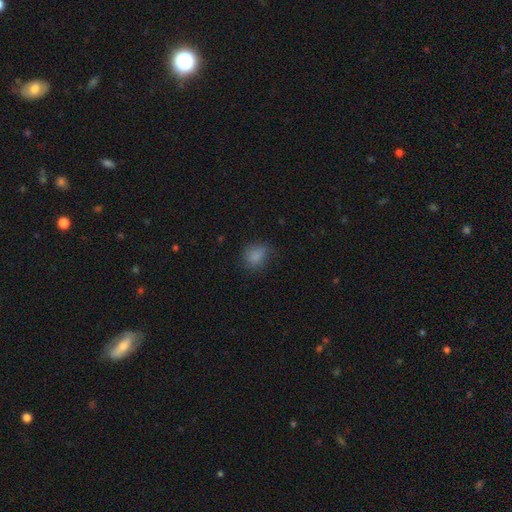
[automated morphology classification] type=smooth (83%); roundness=round (59%); merging=none (65%).